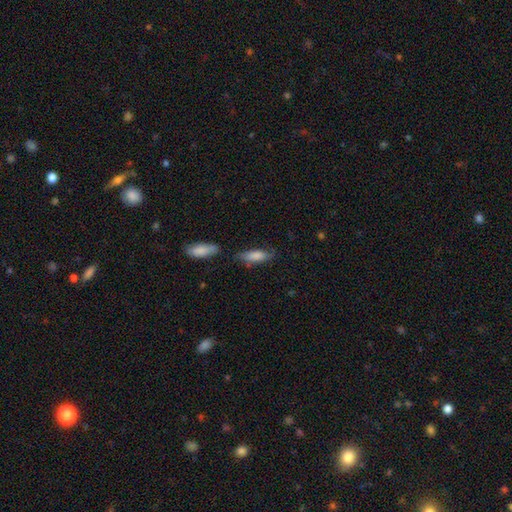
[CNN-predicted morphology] This is likely a smooth galaxy (77%). How rounded: possibly in between (58%). Merging: possibly none (56%).